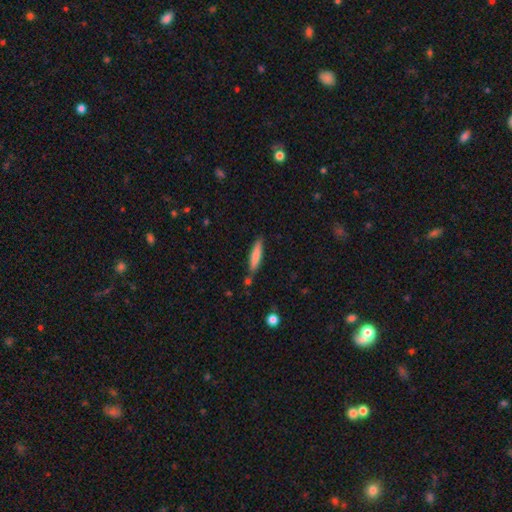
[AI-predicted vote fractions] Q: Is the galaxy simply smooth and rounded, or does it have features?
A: smooth — 77%.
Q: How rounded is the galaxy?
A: cigar-shaped — 84%.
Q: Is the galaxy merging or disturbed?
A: none — 76%.